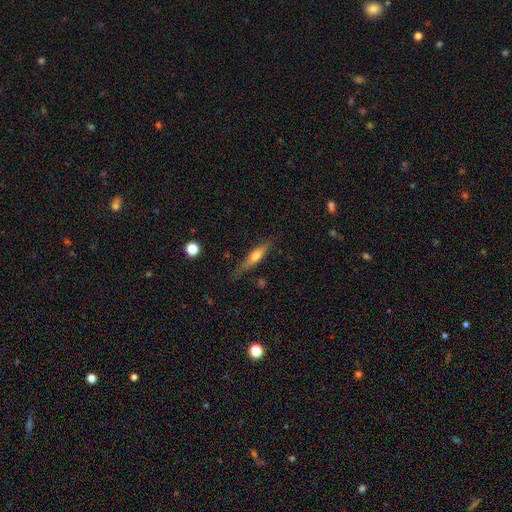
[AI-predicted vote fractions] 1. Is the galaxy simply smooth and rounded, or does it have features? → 47% featured or disk, 46% smooth, 7% star or artifact.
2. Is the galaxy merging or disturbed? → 73% none, 20% minor disturbance, 5% major disturbance, 2% merger.